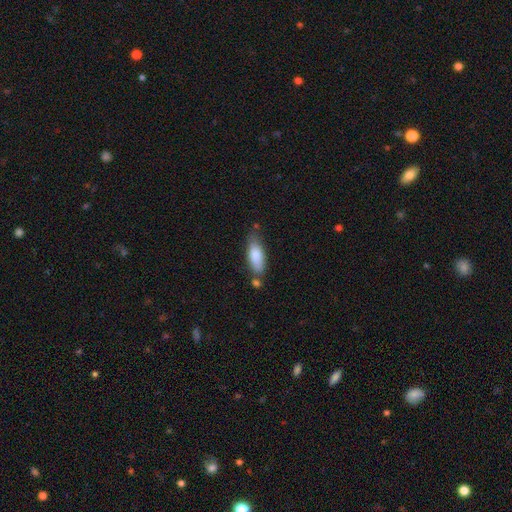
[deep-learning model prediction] Overall: smooth (82%). How rounded: in between (68%; cigar-shaped 30%). Merging: none (57%; minor disturbance 24%).